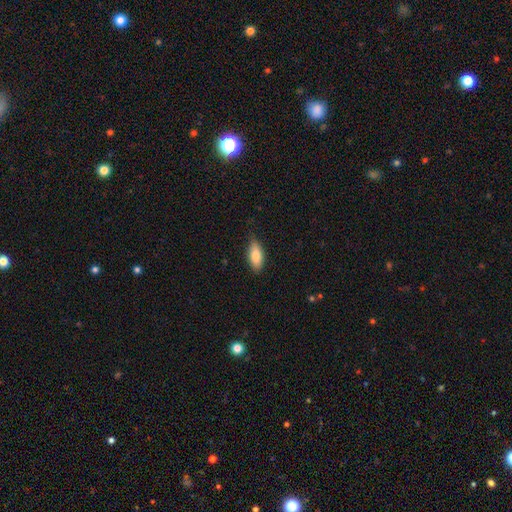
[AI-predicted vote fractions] smooth 80%, featured or disk 14%, star or artifact 6%. Down the decision tree: how rounded — in between (85%); merging — none (81%).